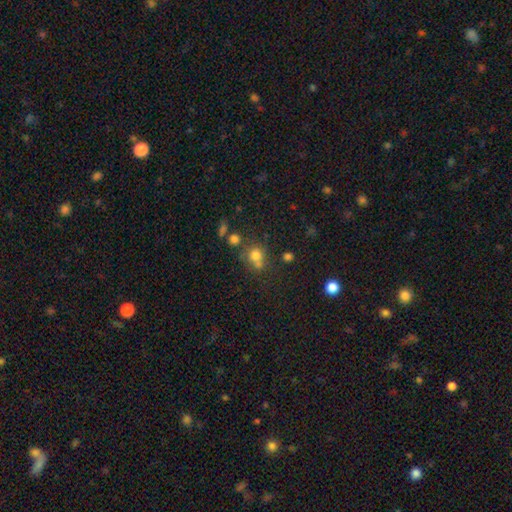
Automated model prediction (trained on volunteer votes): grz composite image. It shows a smooth galaxy with no disk features (74%) that is round (82%). Merging: none (51%).